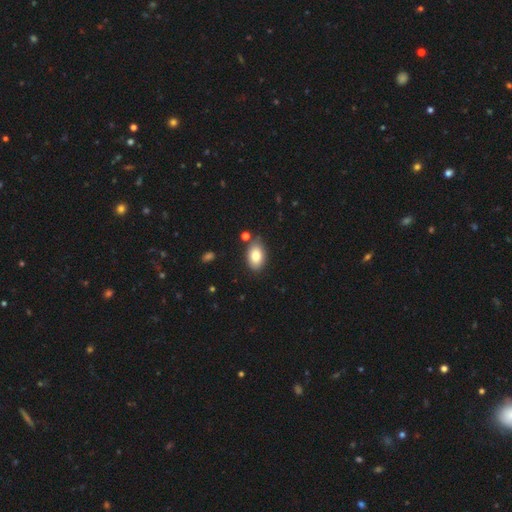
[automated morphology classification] smooth 83%, featured or disk 9%, star or artifact 8%. Down the decision tree: how rounded — in between (91%); merging — none (79%).